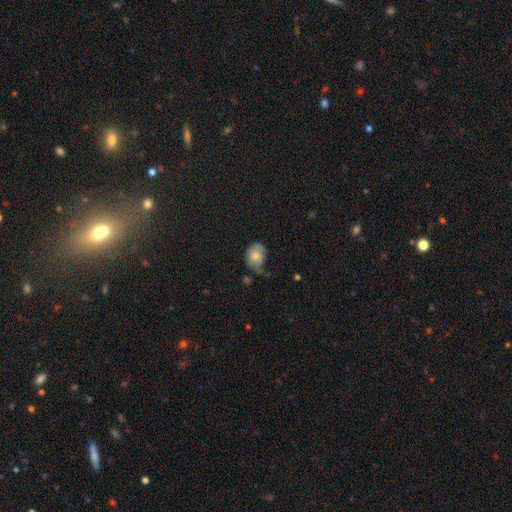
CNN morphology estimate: This is likely a smooth galaxy (72%). How rounded: likely in between (65%). Merging: marginally minor disturbance (40%).